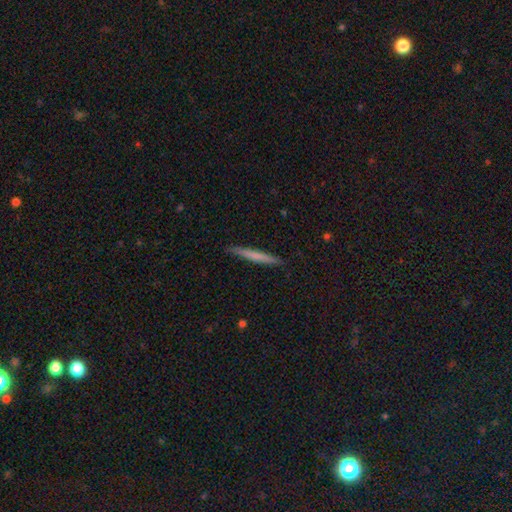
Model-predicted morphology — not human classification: This is likely a smooth galaxy (60%). How rounded: clearly cigar-shaped (97%). Merging: clearly none (91%).